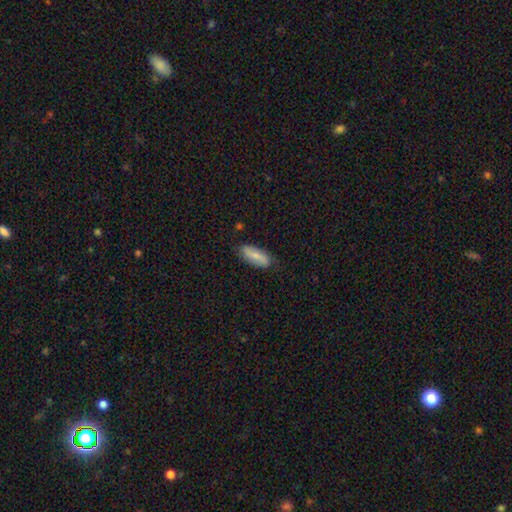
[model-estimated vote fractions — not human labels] A smooth galaxy with no disk features (67%) that is in between round and cigar-shaped (76%). Merging: none (79%).